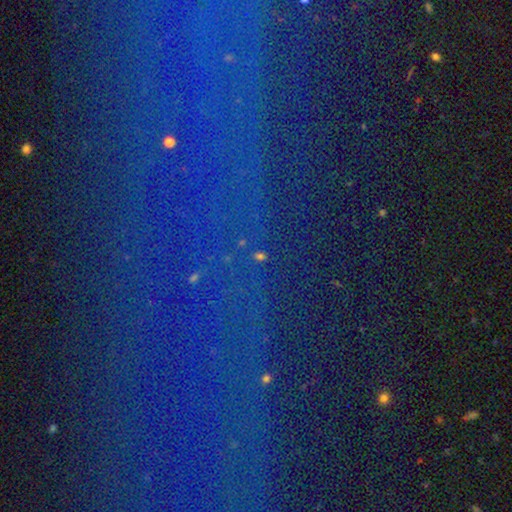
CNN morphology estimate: Smooth or featured?
  - star or artifact: 83% *
  - smooth: 9%
  - featured or disk: 8%